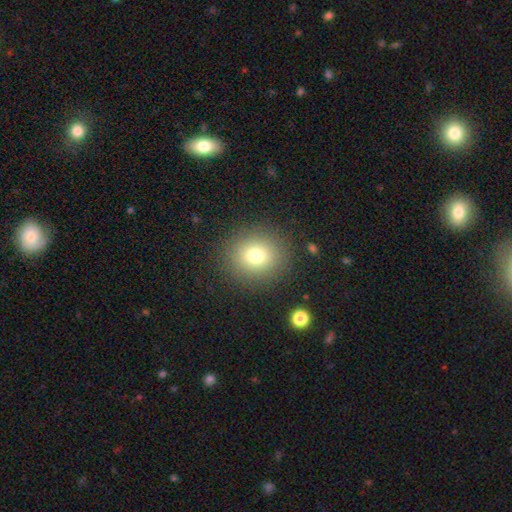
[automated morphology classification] type=smooth (75%); roundness=round (82%); merging=none (88%).